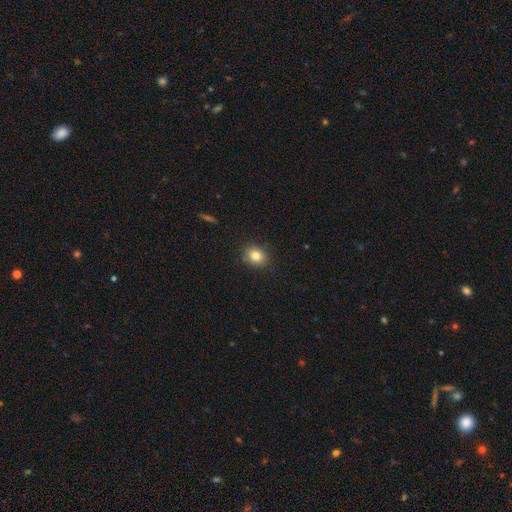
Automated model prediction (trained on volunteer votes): smooth-or-featured: smooth: 82% | star or artifact: 11% | featured or disk: 7%
  how-rounded: round: 62% | in between: 37% | cigar-shaped: 1%
  merging: none: 88% | minor disturbance: 9% | major disturbance: 2% | merger: 1%